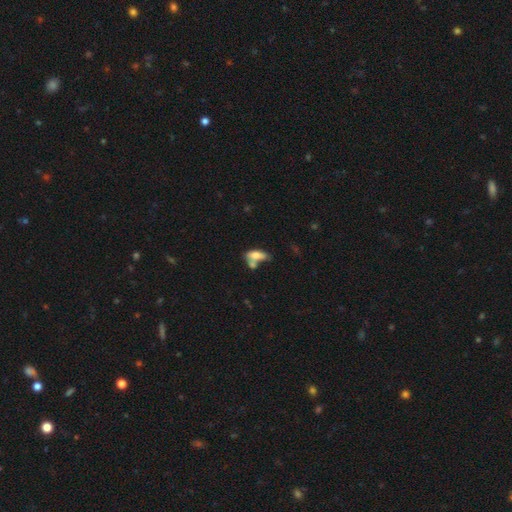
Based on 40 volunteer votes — smooth-or-featured: smooth: 90% | featured or disk: 8% | star or artifact: 2%
  how-rounded: in between: 89% | cigar-shaped: 8% | round: 3%
  merging: merger: 62% | none: 26% | major disturbance: 8% | minor disturbance: 5%